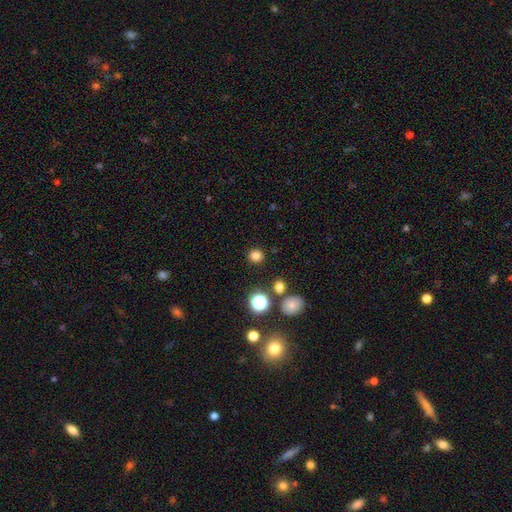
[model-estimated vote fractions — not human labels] smooth_or_featured: smooth (p=0.79) [alt: star or artifact p=0.17]
how_rounded: round (p=0.92) [alt: in between p=0.07]
merging: none (p=0.88) [alt: minor disturbance p=0.06]